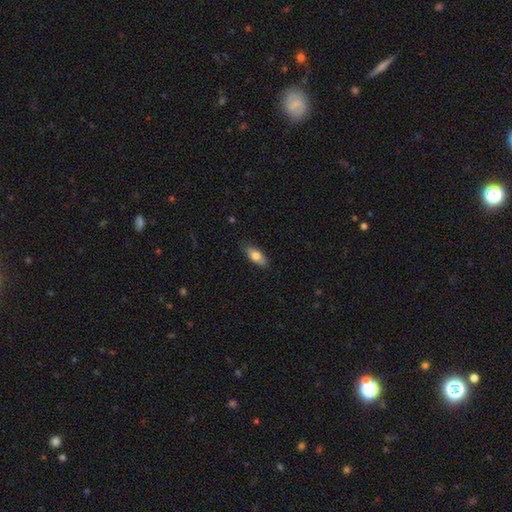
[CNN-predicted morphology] smooth 76%, featured or disk 17%, star or artifact 6%. Down the decision tree: how rounded — in between (80%); merging — none (84%).